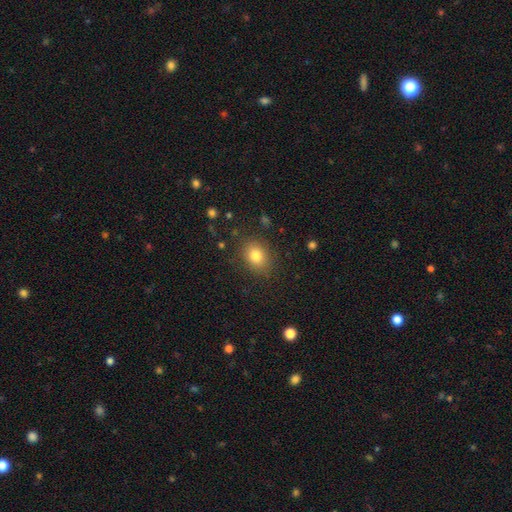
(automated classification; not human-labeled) Morphology: type=smooth (81%); roundness=in between (51%); merging=none (84%).